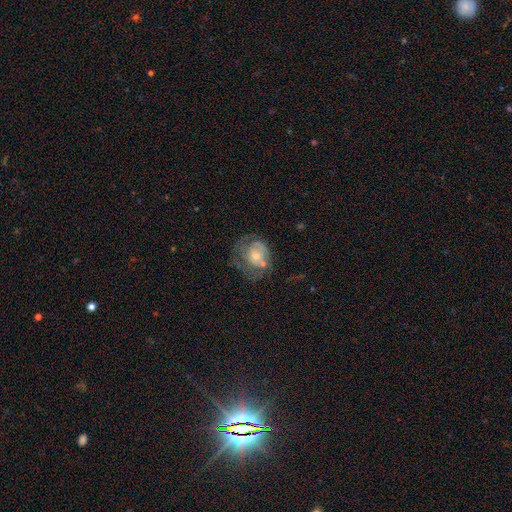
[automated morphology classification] Smooth or featured: featured or disk — 56% (smooth — 35%)
Edge-on disk: no — 97% (yes — 3%)
Bar: no — 81% (weak — 16%)
Spiral arms: yes — 57% (no — 43%)
Bulge size: small — 44% (tied with moderate — 44%)
Merging: none — 43% (major disturbance — 25%)